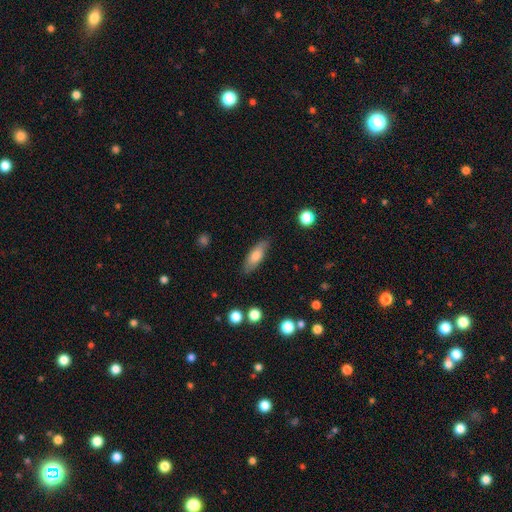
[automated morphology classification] Smooth or featured: smooth — 73% (featured or disk — 21%)
How rounded: in between — 63% (cigar-shaped — 34%)
Merging: none — 82% (minor disturbance — 13%)